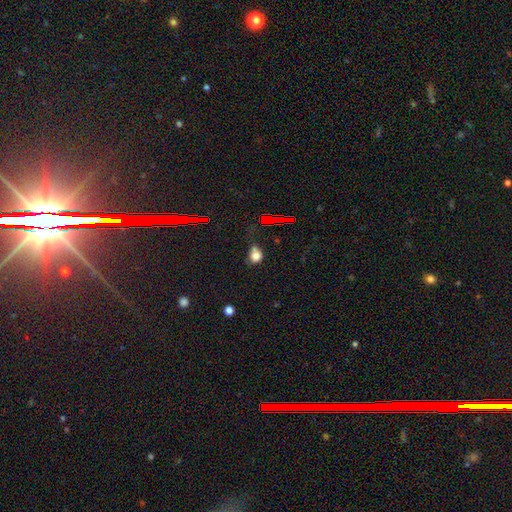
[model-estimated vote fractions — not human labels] smooth_or_featured: smooth (p=0.73) [alt: star or artifact p=0.18]
how_rounded: round (p=0.57) [alt: in between p=0.41]
merging: none (p=0.47) [alt: minor disturbance p=0.29]